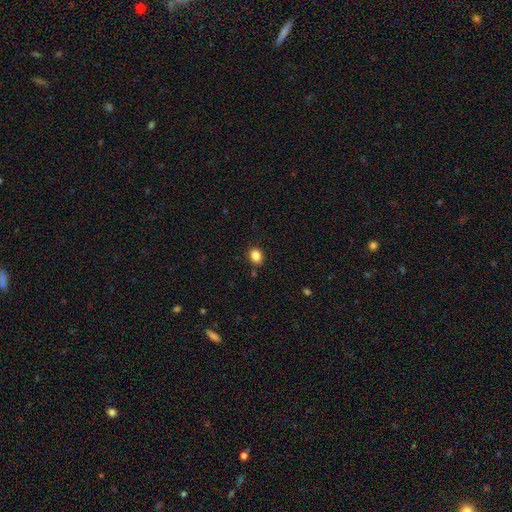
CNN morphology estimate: A smooth galaxy with no disk features (85%) that is in between round and cigar-shaped (50%). Merging: none (86%).